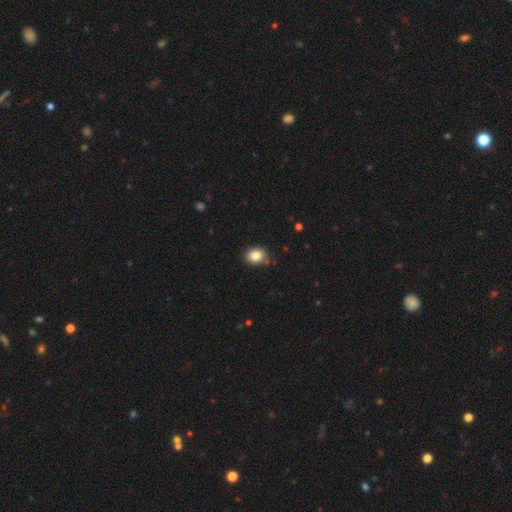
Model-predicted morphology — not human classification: Overall: smooth (84%). How rounded: in between (55%; round 44%). Merging: none (81%).